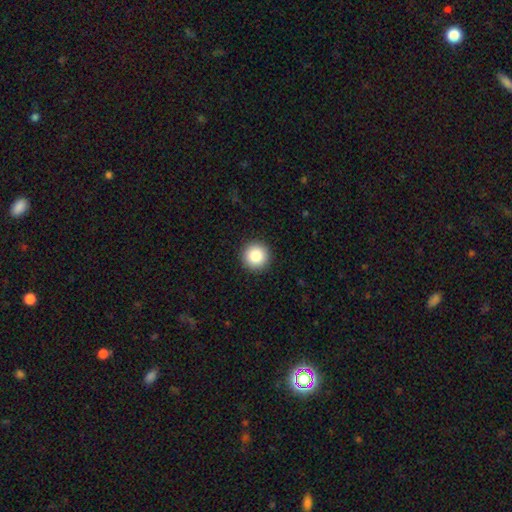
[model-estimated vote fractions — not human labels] Overall: smooth (85%). How rounded: round (96%). Merging: none (93%).